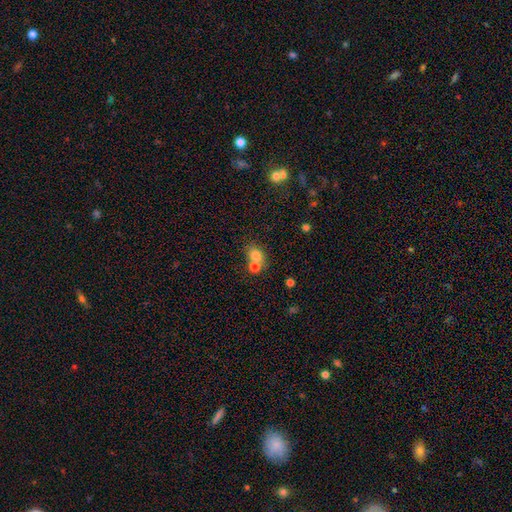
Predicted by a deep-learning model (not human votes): Smooth or featured: smooth — 78% (star or artifact — 12%)
How rounded: round — 56% (in between — 43%)
Merging: none — 44% (merger — 43%)